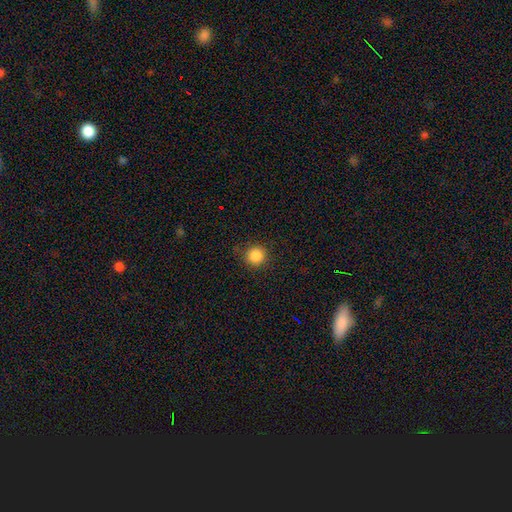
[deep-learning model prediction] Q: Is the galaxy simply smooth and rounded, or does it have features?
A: smooth — 86%.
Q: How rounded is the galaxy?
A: round — 94%.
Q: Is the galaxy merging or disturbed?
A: none — 87%.